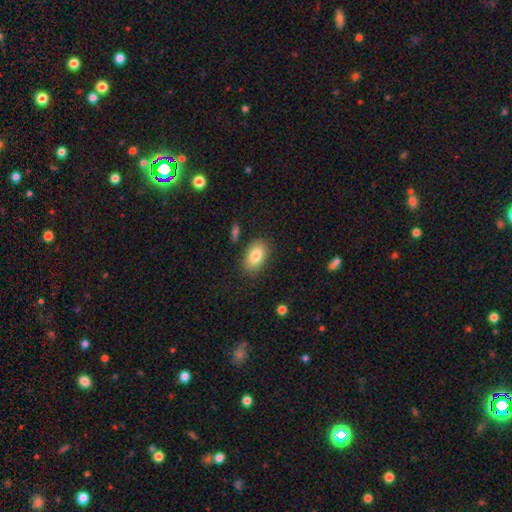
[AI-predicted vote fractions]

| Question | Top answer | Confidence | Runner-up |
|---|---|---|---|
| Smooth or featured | smooth | 82% | featured or disk (11%) |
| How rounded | in between | 91% | round (8%) |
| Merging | none | 83% | minor disturbance (12%) |